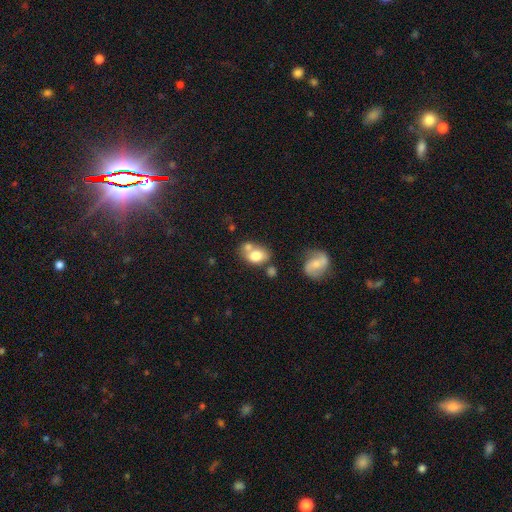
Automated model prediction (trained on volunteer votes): Smooth or featured?
  - smooth: 74% *
  - featured or disk: 18%
  - star or artifact: 8%
How rounded?
  - in between: 70% *
  - round: 28%
  - cigar-shaped: 1%
Merging?
  - merger: 39% * (tied)
  - none: 39% * (tied)
  - minor disturbance: 15%
  - major disturbance: 7%